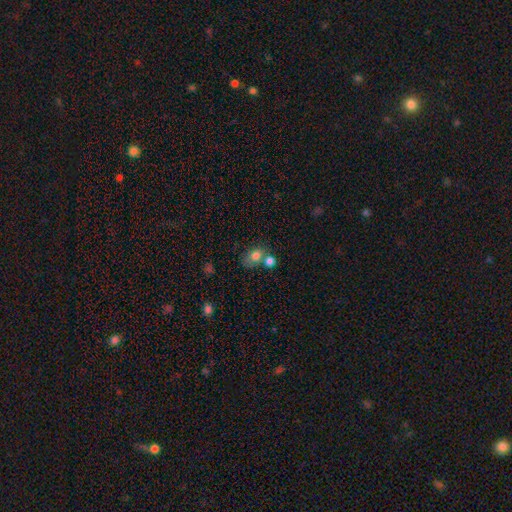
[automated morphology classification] smooth-or-featured: smooth: 78% | star or artifact: 11% | featured or disk: 11%
  how-rounded: in between: 54% | round: 44% | cigar-shaped: 1%
  merging: none: 45% | merger: 34% | minor disturbance: 15% | major disturbance: 6%